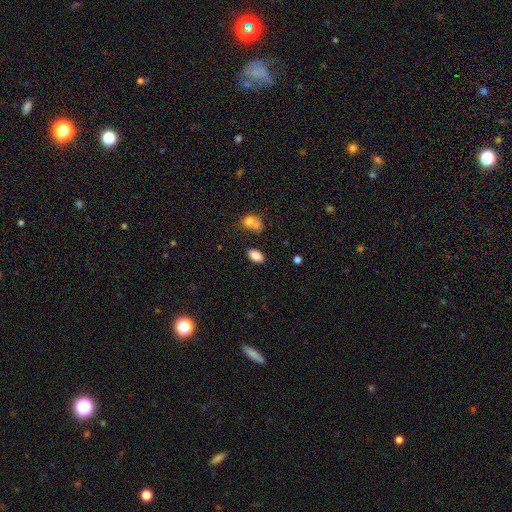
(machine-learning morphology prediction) Smooth or featured? smooth (85%)
How rounded? in between (92%)
Merging? none (78%)